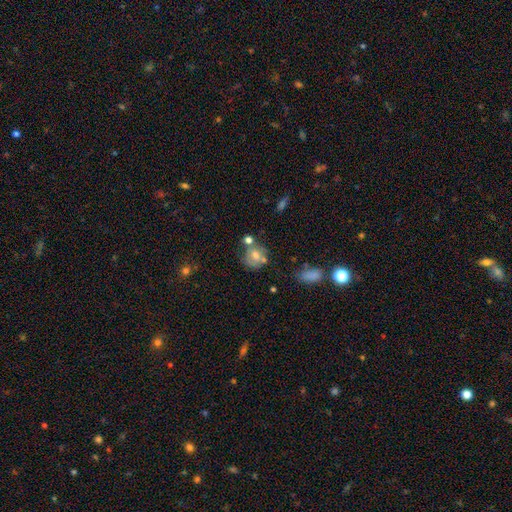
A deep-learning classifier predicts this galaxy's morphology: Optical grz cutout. It shows a smooth galaxy with no disk features (59%) that is round (68%). Merging: none (44%).